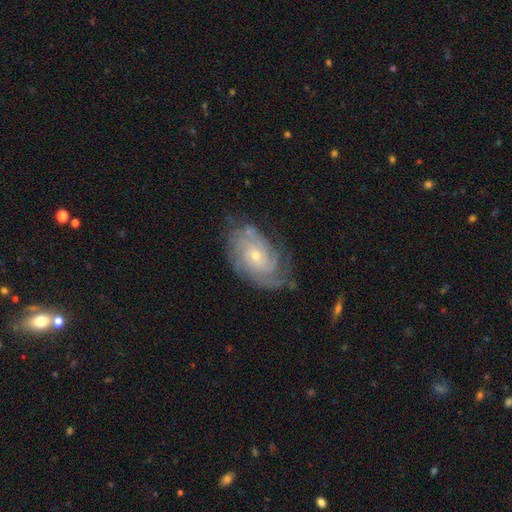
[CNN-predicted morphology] This is clearly a featured or disk galaxy (83%). It is clearly not viewed edge-on (96%). Bar: likely no (74%). Spiral arm pattern: clearly yes (95%). Spiral arm count: marginally can't tell (35%). Spiral winding: likely tight (70%). Central bulge: likely small (66%). Merging: likely none (70%).